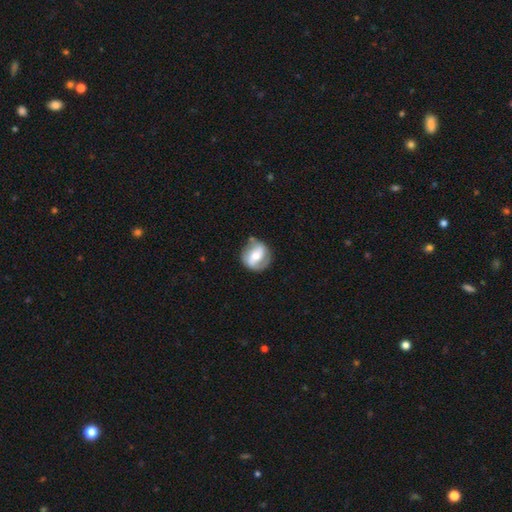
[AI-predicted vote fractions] Smooth or featured?
  - featured or disk: 66% *
  - smooth: 28%
  - star or artifact: 6%
Edge-on disk?
  - no: 96% *
  - yes: 4%
Bar?
  - strong: 43% *
  - weak: 33%
  - no: 25%
Spiral arms?
  - yes: 73% *
  - no: 27%
Bulge size?
  - moderate: 66% *
  - small: 26%
  - large: 7%
  - dominant: 1%
  - none: 1%
Merging?
  - none: 73% *
  - minor disturbance: 18%
  - major disturbance: 7%
  - merger: 3%